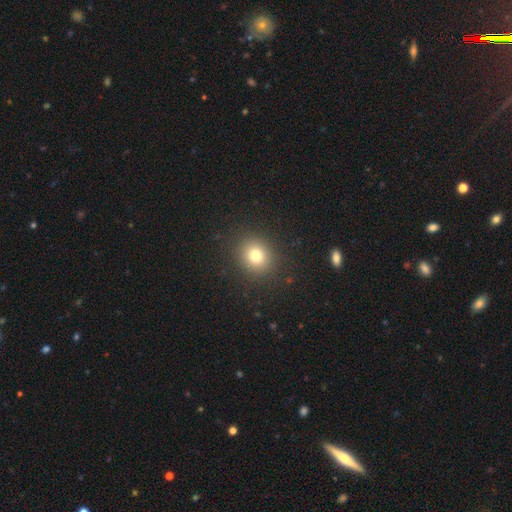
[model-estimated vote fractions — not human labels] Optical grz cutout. It shows a smooth galaxy with no disk features (77%) that is round (79%). Merging: none (89%).